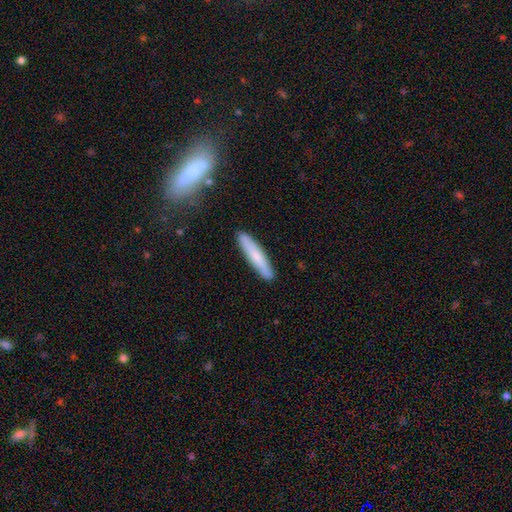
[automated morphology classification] smooth 69%, featured or disk 25%, star or artifact 6%. Down the decision tree: how rounded — cigar-shaped (91%); merging — none (88%).